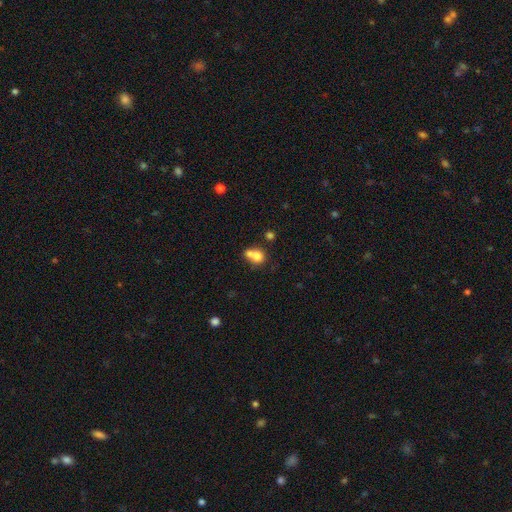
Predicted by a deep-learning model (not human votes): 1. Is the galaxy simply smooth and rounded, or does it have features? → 74% smooth, 16% featured or disk, 11% star or artifact.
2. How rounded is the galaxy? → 68% round, 31% in between, 1% cigar-shaped.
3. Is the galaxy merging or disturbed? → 58% merger, 29% none, 8% minor disturbance, 4% major disturbance.